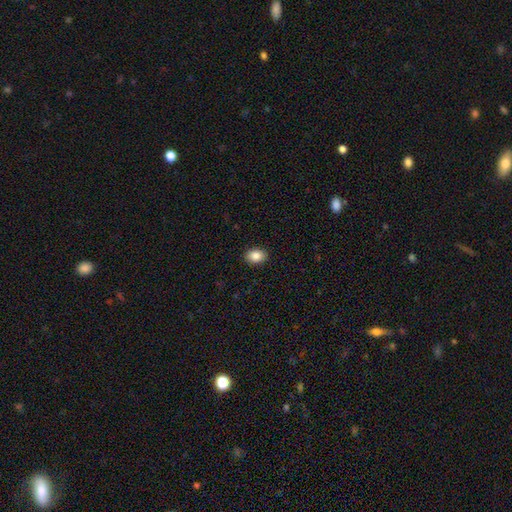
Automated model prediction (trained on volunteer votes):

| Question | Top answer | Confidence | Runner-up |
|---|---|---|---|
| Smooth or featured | smooth | 86% | star or artifact (8%) |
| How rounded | in between | 74% | round (25%) |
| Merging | none | 90% | minor disturbance (7%) |